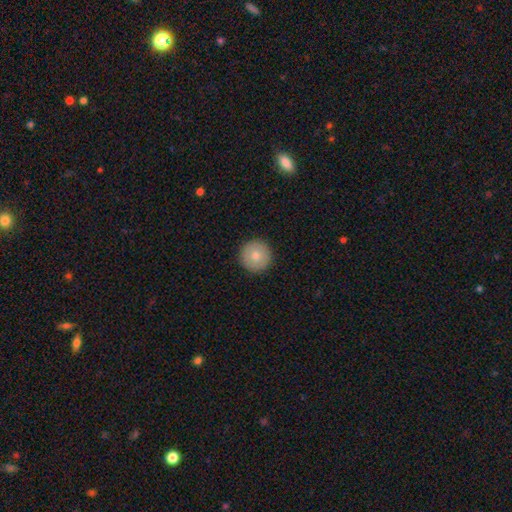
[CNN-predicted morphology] A smooth galaxy with no disk features (79%) that is round (96%).

Vote fractions:
- Smooth or featured? smooth: 79% / featured or disk: 14% / star or artifact: 8%
- How rounded? round: 96% / in between: 3% / cigar-shaped: 1%
- Merging? none: 92% / minor disturbance: 5% / major disturbance: 2% / merger: 1%